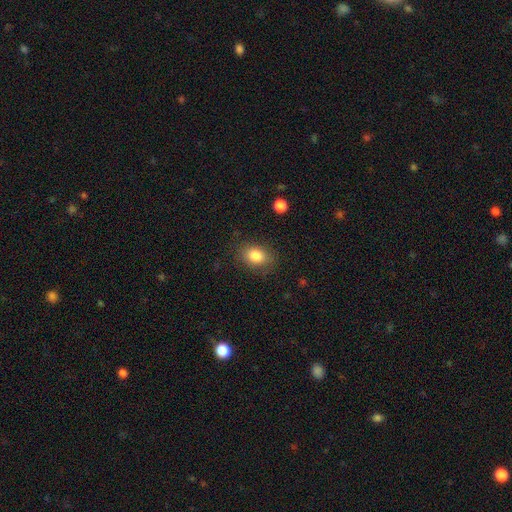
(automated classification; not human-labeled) The model was most divided on "how rounded": in between: 69%, round: 29%, cigar-shaped: 1%. More confident: smooth or featured — smooth (84%); merging — none (82%).